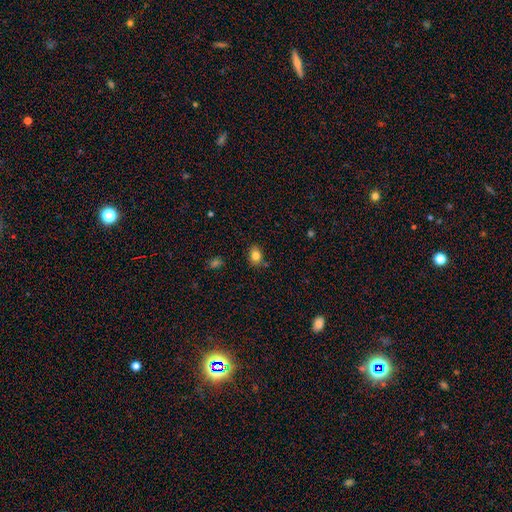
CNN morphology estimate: smooth-or-featured: smooth: 82% | star or artifact: 11% | featured or disk: 8%
  how-rounded: in between: 64% | round: 35% | cigar-shaped: 1%
  merging: none: 82% | minor disturbance: 13% | merger: 3% | major disturbance: 3%